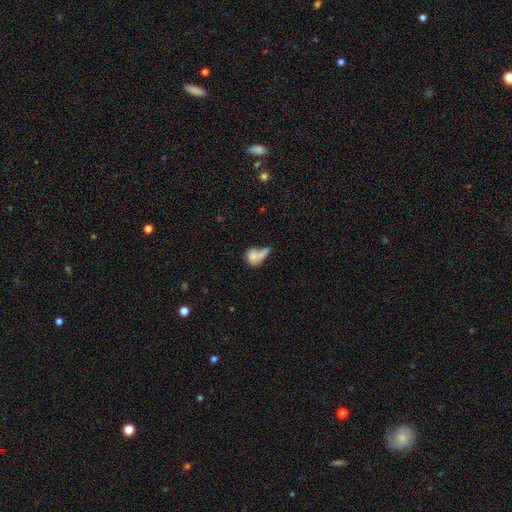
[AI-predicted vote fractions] Smooth or featured?
  - smooth: 72% *
  - featured or disk: 19%
  - star or artifact: 9%
How rounded?
  - in between: 55% *
  - round: 40%
  - cigar-shaped: 5%
Merging?
  - merger: 48% *
  - none: 23%
  - major disturbance: 16%
  - minor disturbance: 12%